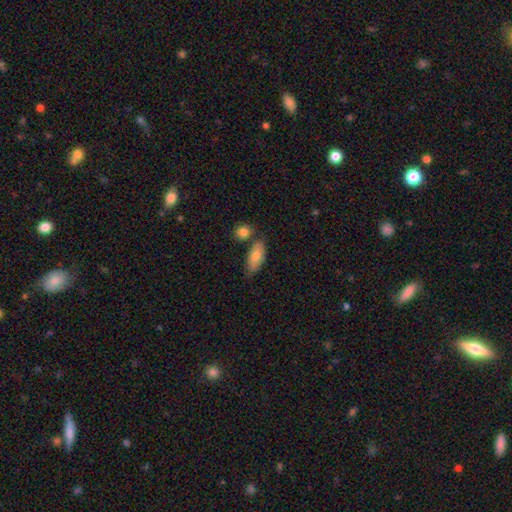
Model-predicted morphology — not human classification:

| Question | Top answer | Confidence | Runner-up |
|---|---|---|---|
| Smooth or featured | smooth | 77% | featured or disk (17%) |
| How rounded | in between | 82% | cigar-shaped (14%) |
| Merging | none | 66% | minor disturbance (18%) |